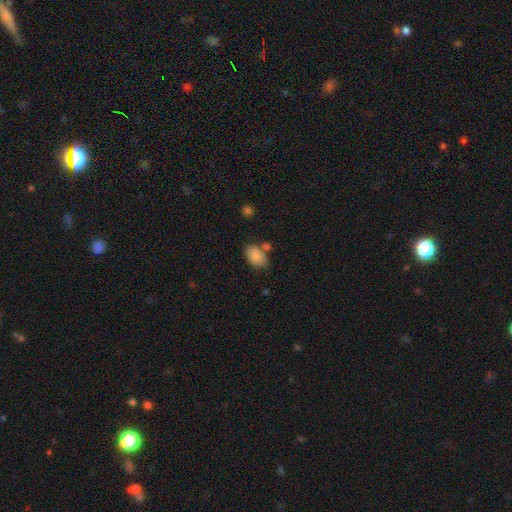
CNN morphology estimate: smooth-or-featured: smooth: 85% | star or artifact: 8% | featured or disk: 8%
  how-rounded: in between: 88% | round: 10% | cigar-shaped: 1%
  merging: none: 65% | minor disturbance: 18% | merger: 12% | major disturbance: 5%